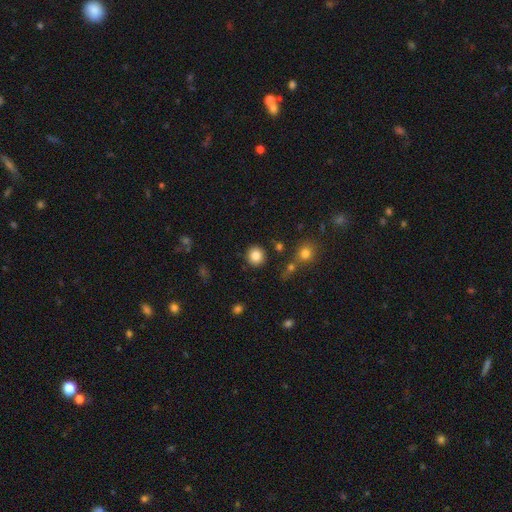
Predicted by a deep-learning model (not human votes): This appears to be a smooth galaxy with no disk features (84%) that is round (92%). Merging: none (89%).